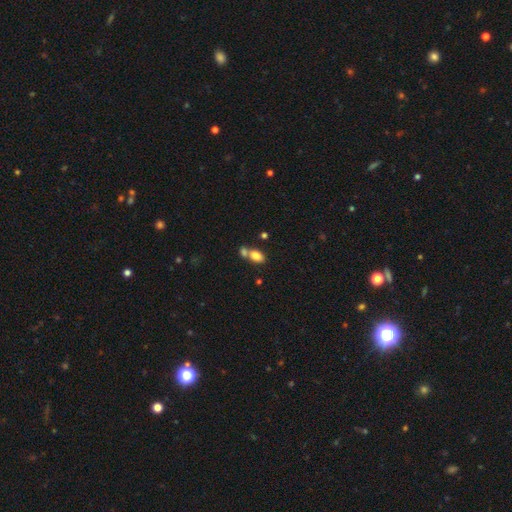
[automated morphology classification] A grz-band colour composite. It shows a smooth galaxy with no disk features (82%) that is in between round and cigar-shaped (87%). Merging: merger (49%).